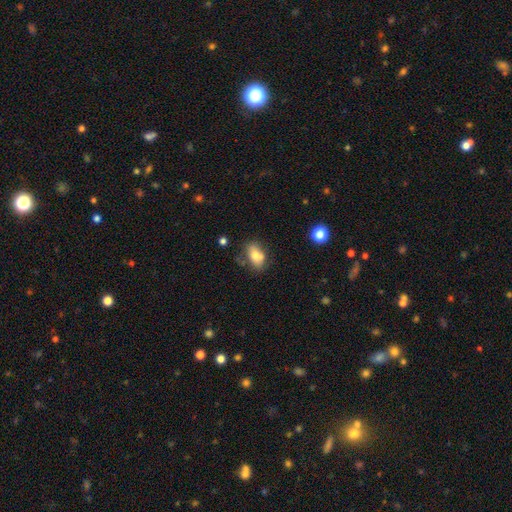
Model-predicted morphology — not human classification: The model was most divided on "merging": none: 54%, minor disturbance: 23%, merger: 16%, major disturbance: 8%. More confident: how rounded — in between (82%); smooth or featured — smooth (69%).